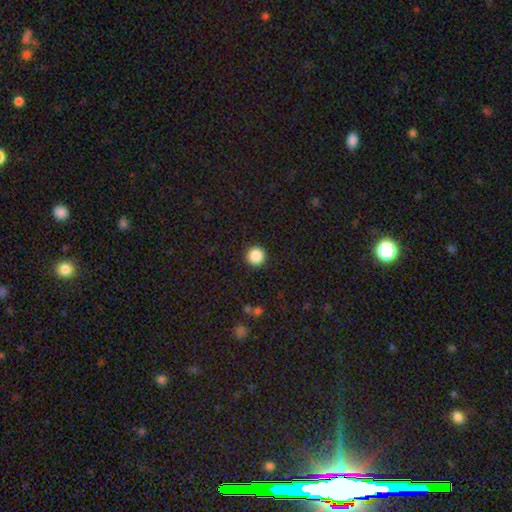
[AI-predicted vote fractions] Morphology: type=smooth (87%); roundness=round (96%); merging=none (93%).